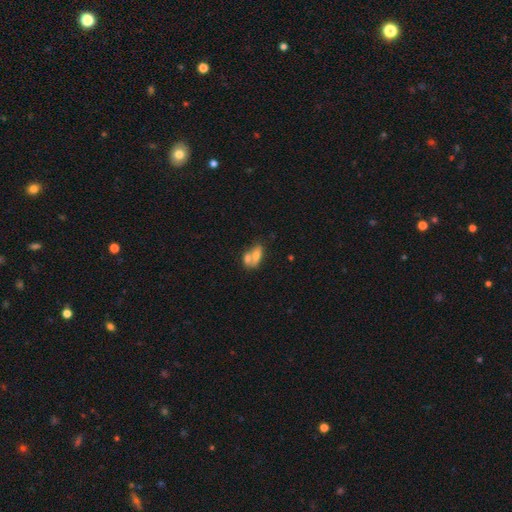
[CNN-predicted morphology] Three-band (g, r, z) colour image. It shows a smooth galaxy with no disk features (69%) that is in between round and cigar-shaped (82%). Merging: merger (61%).